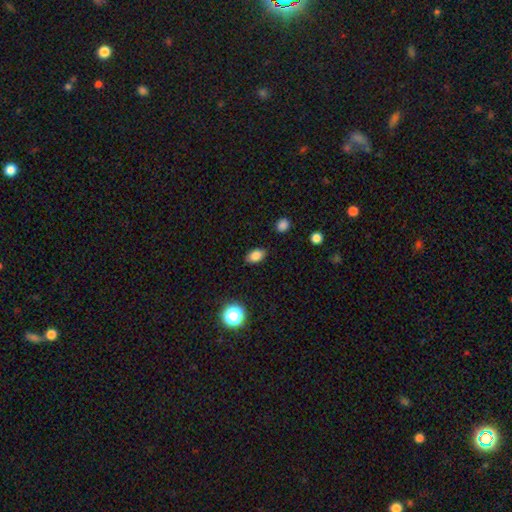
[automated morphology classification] Q: Smooth or featured?
A: smooth (84%); runner-up: star or artifact (11%)
Q: How rounded?
A: in between (87%); runner-up: round (11%)
Q: Merging?
A: none (86%); runner-up: minor disturbance (10%)